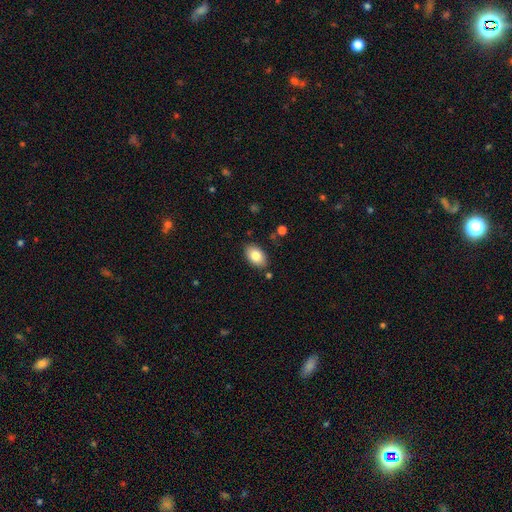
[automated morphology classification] Smooth or featured? smooth (83%)
How rounded? in between (90%)
Merging? none (85%)